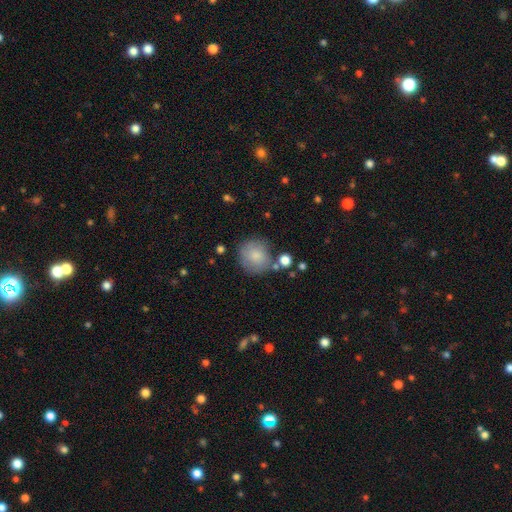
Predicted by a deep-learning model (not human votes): Smooth or featured: smooth — 82% (featured or disk — 10%)
How rounded: round — 88% (in between — 11%)
Merging: none — 70% (minor disturbance — 16%)